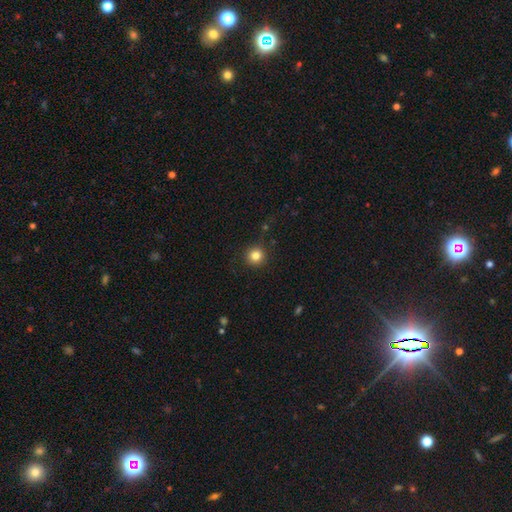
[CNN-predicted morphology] Smooth or featured: smooth — 83% (star or artifact — 11%)
How rounded: round — 94% (in between — 5%)
Merging: none — 90% (minor disturbance — 6%)